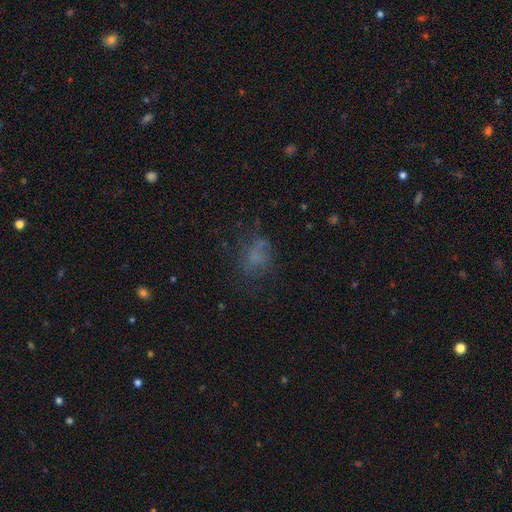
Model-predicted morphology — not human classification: The model was most divided on "how rounded": in between: 63%, round: 35%, cigar-shaped: 2%. More confident: smooth or featured — smooth (55%); merging — none (53%).